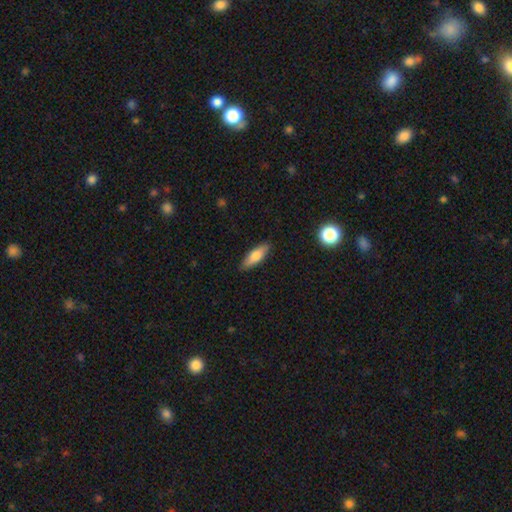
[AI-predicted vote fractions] smooth-or-featured: smooth: 71% | featured or disk: 22% | star or artifact: 6%
  how-rounded: in between: 53% | cigar-shaped: 45% | round: 2%
  merging: none: 88% | minor disturbance: 9% | major disturbance: 2% | merger: 1%